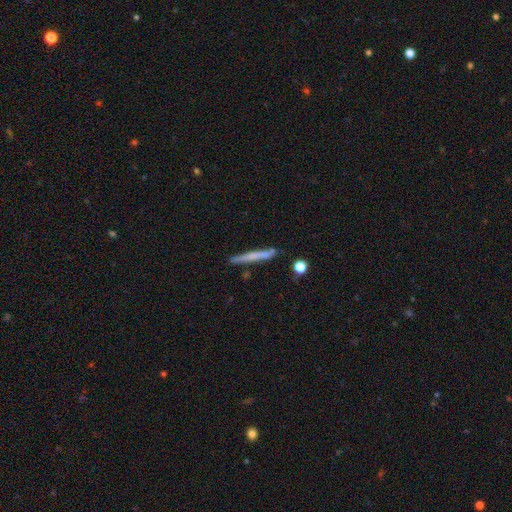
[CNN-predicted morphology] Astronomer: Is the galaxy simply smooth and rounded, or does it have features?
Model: smooth — 56% (runner-up: featured or disk, 38%).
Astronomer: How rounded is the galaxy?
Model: cigar-shaped — 96%.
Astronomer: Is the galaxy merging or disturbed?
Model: none — 84%.